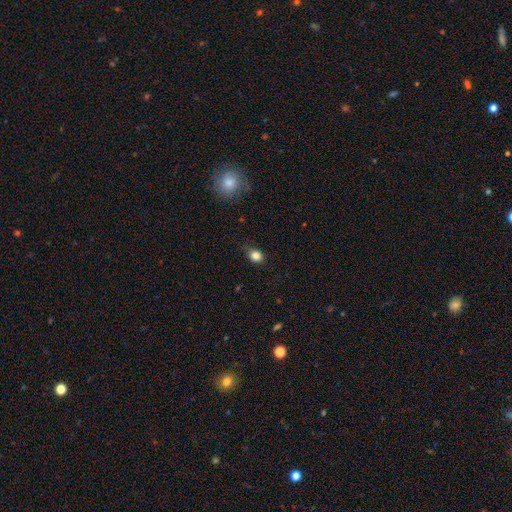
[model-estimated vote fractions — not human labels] This appears to be a smooth galaxy with no disk features (84%) that is in between round and cigar-shaped (49%, tied with round). Merging: none (77%).